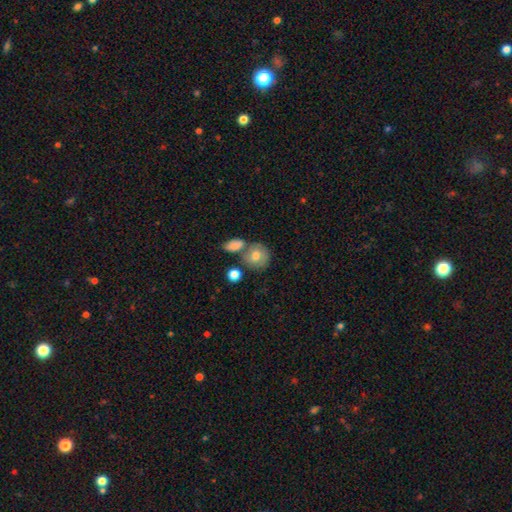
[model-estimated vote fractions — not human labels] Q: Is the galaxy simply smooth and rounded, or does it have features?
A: smooth — 48%.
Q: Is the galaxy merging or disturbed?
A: none — 56%.